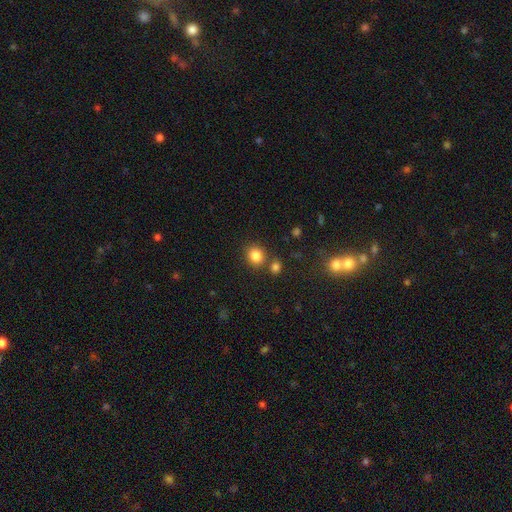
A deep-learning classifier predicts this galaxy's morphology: The model was most divided on "how rounded": round: 75%, in between: 24%, cigar-shaped: 1%. More confident: smooth or featured — smooth (83%); merging — none (74%).